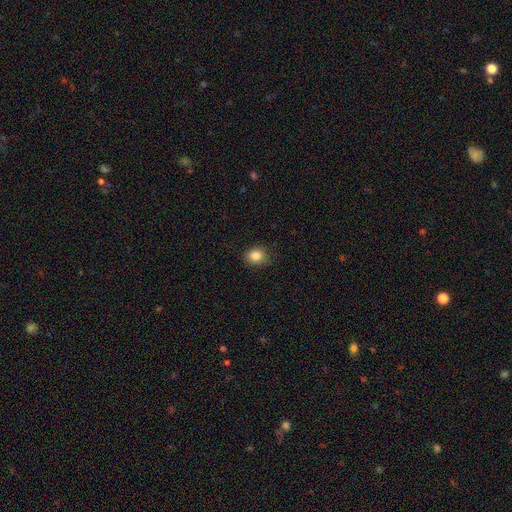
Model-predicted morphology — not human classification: A smooth galaxy with no disk features (85%) that is round (64%). Merging: none (83%).